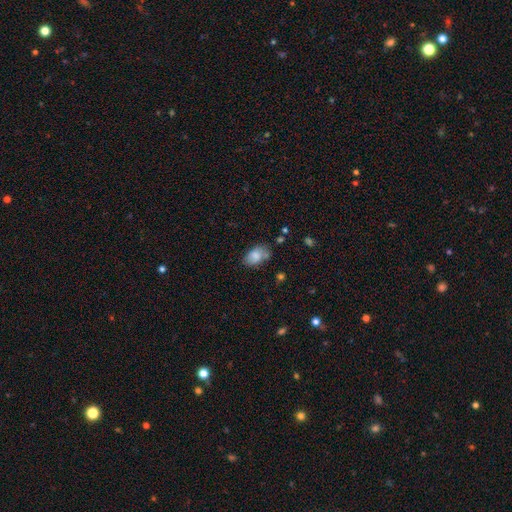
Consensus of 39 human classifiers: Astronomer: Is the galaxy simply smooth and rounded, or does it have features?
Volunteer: smooth — 77%.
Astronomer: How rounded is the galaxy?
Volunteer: in between — 100%.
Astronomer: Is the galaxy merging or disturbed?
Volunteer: none — 46% (runner-up: minor disturbance, 35%).